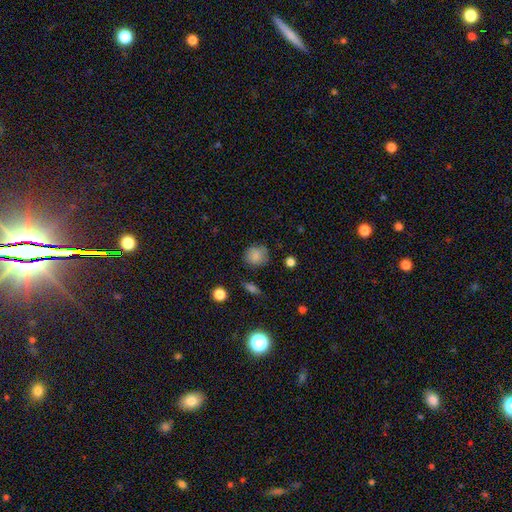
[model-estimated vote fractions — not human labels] smooth-or-featured: smooth: 83% | star or artifact: 11% | featured or disk: 7%
  how-rounded: round: 81% | in between: 18% | cigar-shaped: 1%
  merging: none: 76% | minor disturbance: 18% | major disturbance: 5% | merger: 2%